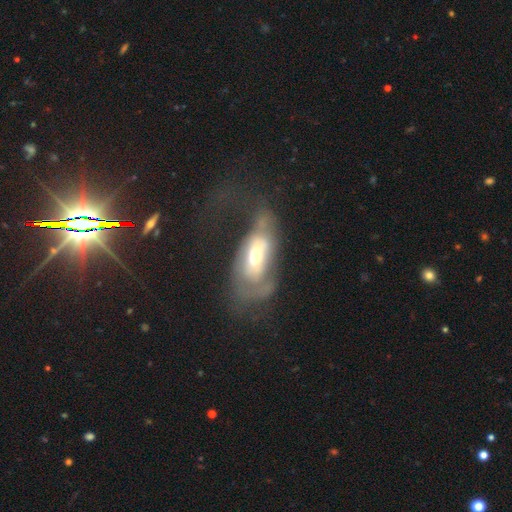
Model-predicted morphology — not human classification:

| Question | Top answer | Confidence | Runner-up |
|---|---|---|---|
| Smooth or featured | featured or disk | 55% | smooth (38%) |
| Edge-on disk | no | 89% | yes (11%) |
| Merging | major disturbance | 53% | none (22%) |